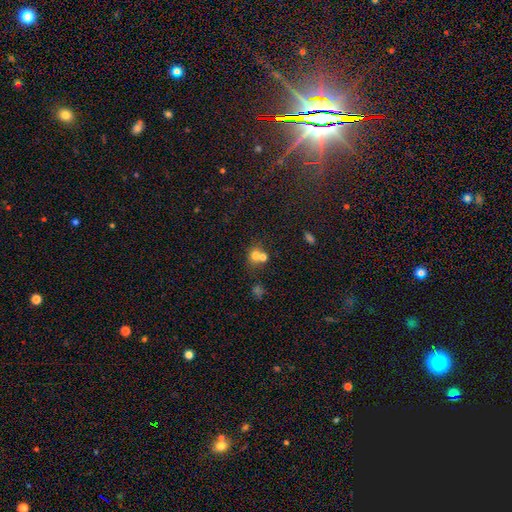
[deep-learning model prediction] smooth-or-featured: smooth: 70% | star or artifact: 16% | featured or disk: 14%
  how-rounded: round: 77% | in between: 22% | cigar-shaped: 1%
  merging: none: 45% | merger: 43% | minor disturbance: 8% | major disturbance: 4%